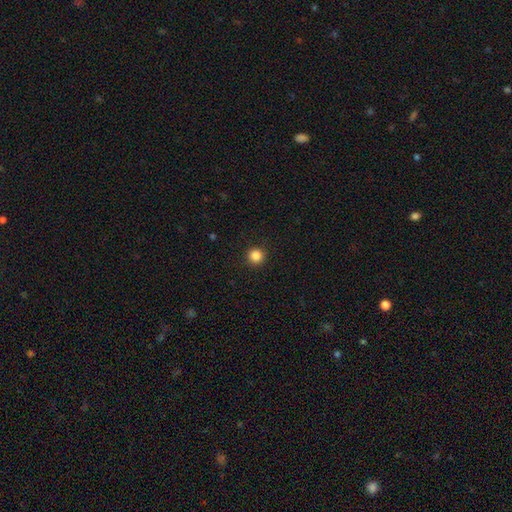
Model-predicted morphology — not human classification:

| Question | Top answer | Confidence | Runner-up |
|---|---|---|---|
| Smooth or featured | smooth | 85% | star or artifact (11%) |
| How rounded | round | 96% | in between (3%) |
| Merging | none | 93% | minor disturbance (5%) |